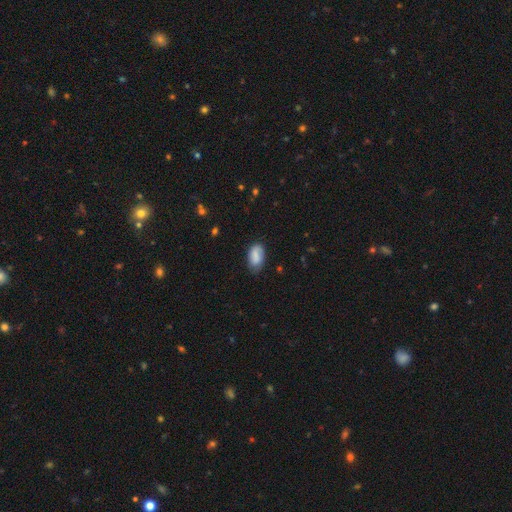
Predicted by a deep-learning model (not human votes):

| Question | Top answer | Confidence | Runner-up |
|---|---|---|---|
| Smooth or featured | smooth | 79% | featured or disk (14%) |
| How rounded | in between | 92% | round (6%) |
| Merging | none | 68% | minor disturbance (25%) |